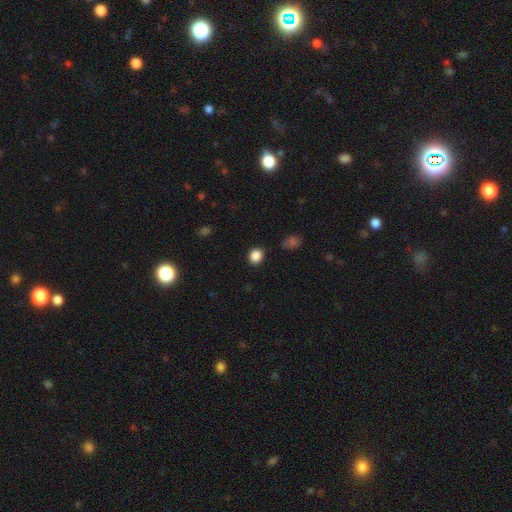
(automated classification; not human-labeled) Smooth or featured? smooth (86%)
How rounded? round (82%)
Merging? none (87%)